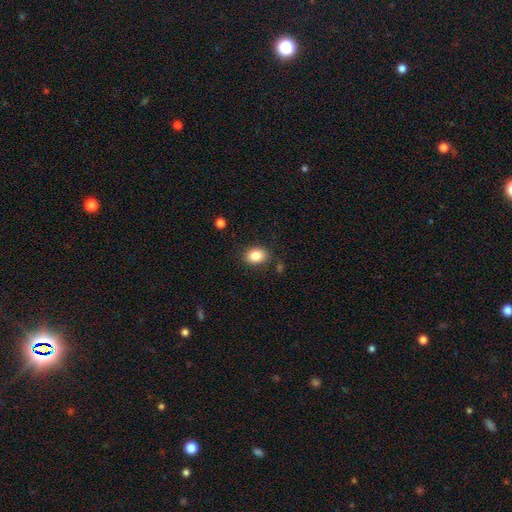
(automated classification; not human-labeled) Smooth or featured? Predicted: smooth (p=0.86). How rounded? Predicted: in between (p=0.72). Merging? Predicted: none (p=0.84).